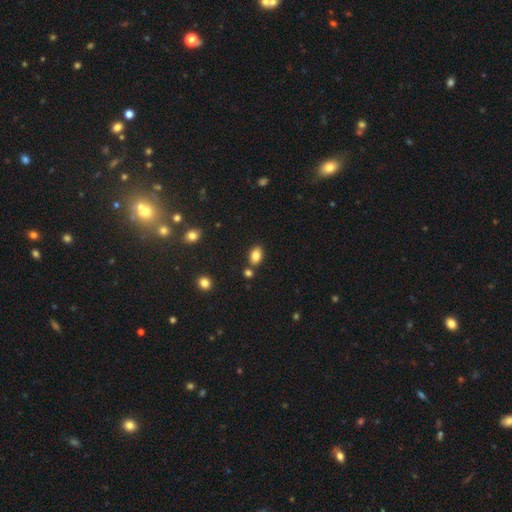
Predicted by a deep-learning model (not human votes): Q: Smooth or featured?
A: smooth (85%); runner-up: star or artifact (9%)
Q: How rounded?
A: in between (83%); runner-up: round (16%)
Q: Merging?
A: none (75%); runner-up: merger (12%)